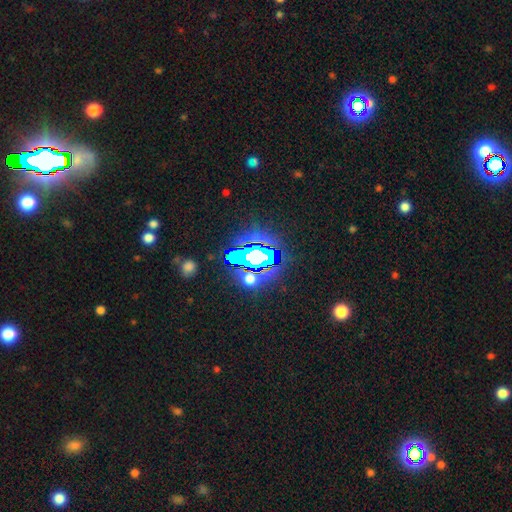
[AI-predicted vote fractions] Smooth or featured? star or artifact (65%)